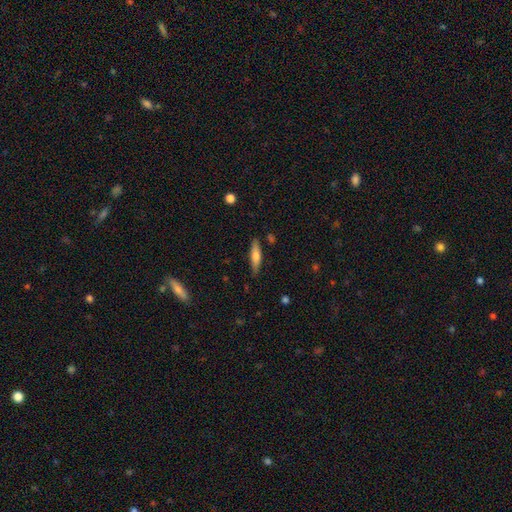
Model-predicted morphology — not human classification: smooth-or-featured: smooth: 61% | featured or disk: 33% | star or artifact: 6%
  how-rounded: cigar-shaped: 74% | in between: 24% | round: 2%
  merging: none: 84% | minor disturbance: 12% | major disturbance: 2% | merger: 2%